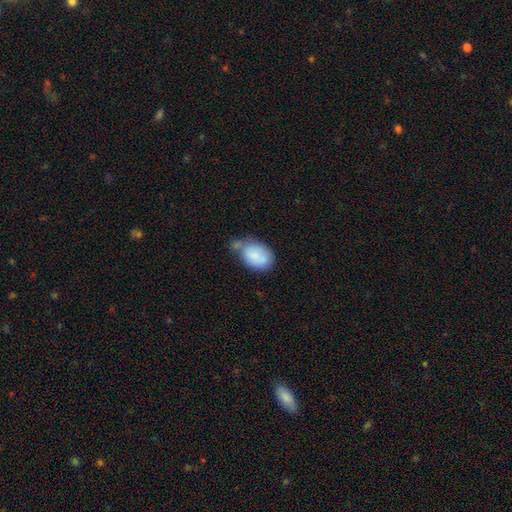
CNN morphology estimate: A smooth galaxy with no disk features (83%) that is in between round and cigar-shaped (85%).

Vote fractions:
- Smooth or featured? smooth: 83% / featured or disk: 10% / star or artifact: 7%
- How rounded? in between: 85% / round: 13% / cigar-shaped: 1%
- Merging? none: 42% / minor disturbance: 30% / merger: 18% / major disturbance: 9%